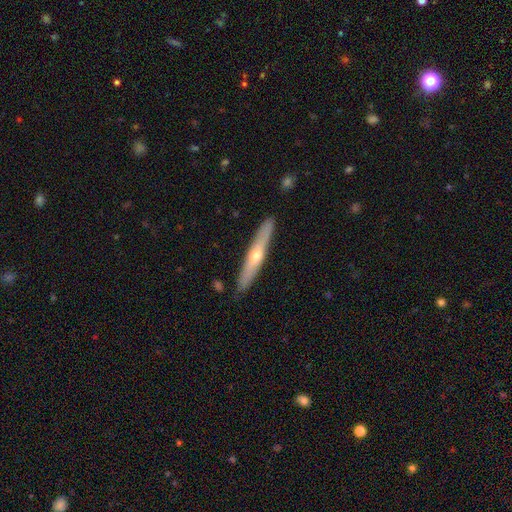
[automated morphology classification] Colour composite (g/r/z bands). It shows a featured or disk galaxy (58%) viewed edge-on (92%) with a rounded central bulge (85%). Merging: none (89%).